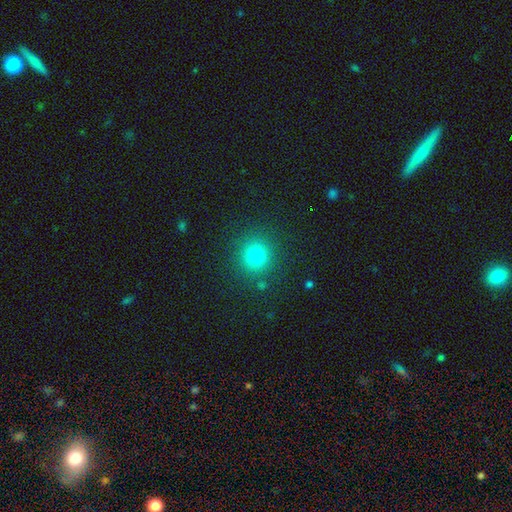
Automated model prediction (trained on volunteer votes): The model was most divided on "smooth or featured": smooth: 77%, star or artifact: 16%, featured or disk: 7%. More confident: how rounded — round (91%); merging — none (87%).